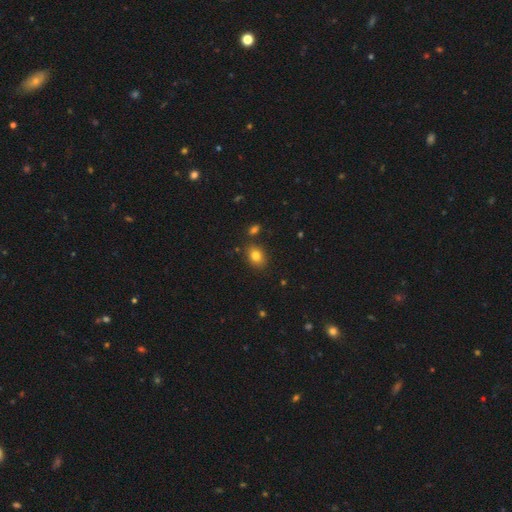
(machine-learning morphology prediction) A smooth galaxy with no disk features (81%) that is in between round and cigar-shaped (66%).

Vote fractions:
- Smooth or featured? smooth: 81% / star or artifact: 11% / featured or disk: 8%
- How rounded? in between: 66% / round: 33% / cigar-shaped: 1%
- Merging? none: 82% / minor disturbance: 11% / merger: 5% / major disturbance: 3%